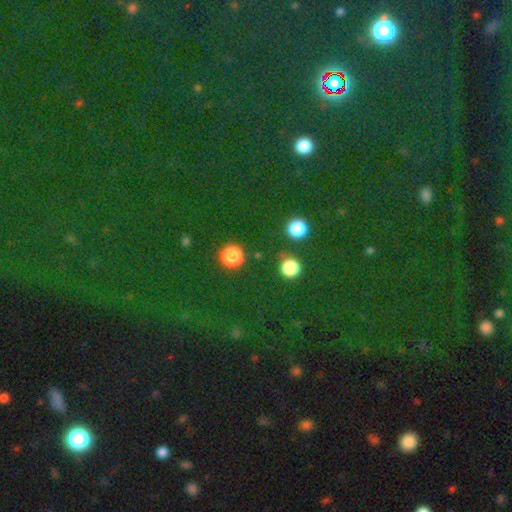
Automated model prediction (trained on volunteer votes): smooth_or_featured: star or artifact (p=0.78) [alt: smooth p=0.14]